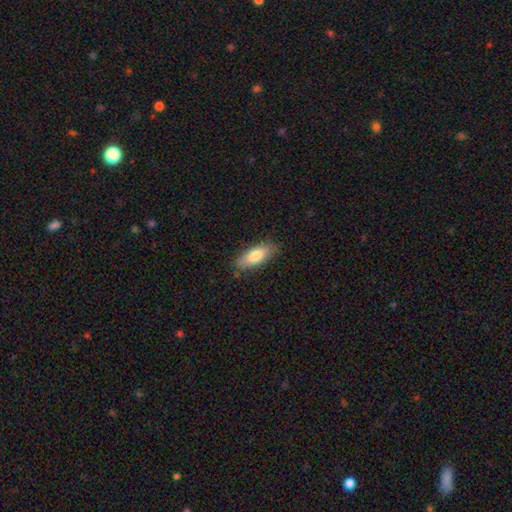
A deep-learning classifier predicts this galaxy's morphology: A smooth galaxy with no disk features (79%) that is in between round and cigar-shaped (73%).

Vote fractions:
- Smooth or featured? smooth: 79% / featured or disk: 15% / star or artifact: 6%
- How rounded? in between: 73% / cigar-shaped: 25% / round: 2%
- Merging? none: 84% / minor disturbance: 12% / major disturbance: 2% / merger: 1%